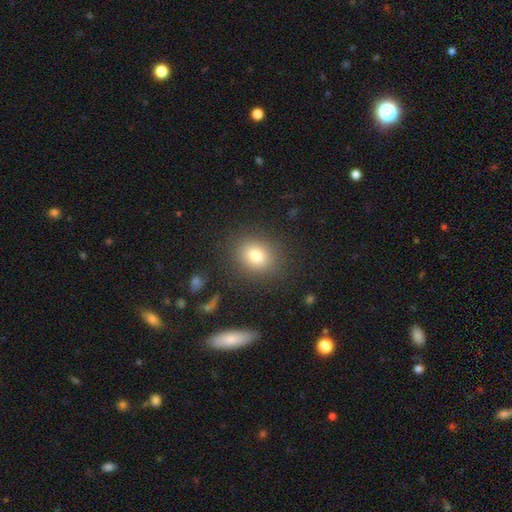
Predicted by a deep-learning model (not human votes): The model was most divided on "how rounded": round: 56%, in between: 42%, cigar-shaped: 1%. More confident: merging — none (86%); smooth or featured — smooth (80%).